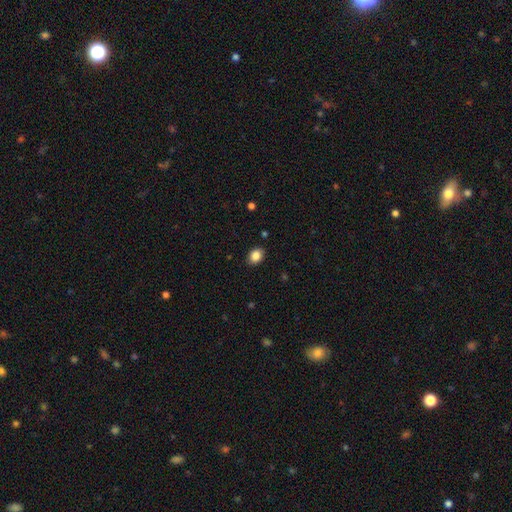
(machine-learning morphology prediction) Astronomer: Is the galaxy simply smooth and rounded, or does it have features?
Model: smooth — 86%.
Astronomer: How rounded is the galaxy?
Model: in between — 62% (runner-up: round, 37%).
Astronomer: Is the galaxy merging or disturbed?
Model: none — 88%.